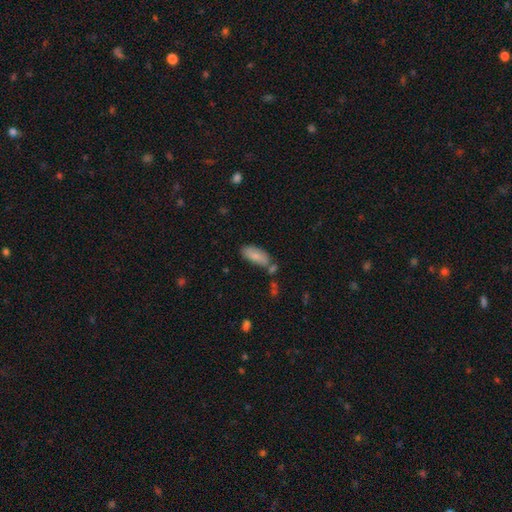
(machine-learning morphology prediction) Smooth or featured? Predicted: smooth (p=0.80). How rounded? Predicted: in between (p=0.85). Merging? Predicted: none (p=0.62).